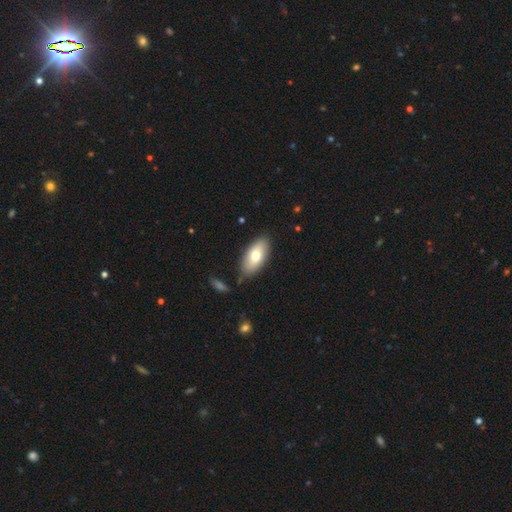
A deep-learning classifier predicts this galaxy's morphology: Q: Smooth or featured?
A: smooth (73%); runner-up: featured or disk (21%)
Q: How rounded?
A: in between (90%); runner-up: cigar-shaped (7%)
Q: Merging?
A: none (82%); runner-up: minor disturbance (12%)